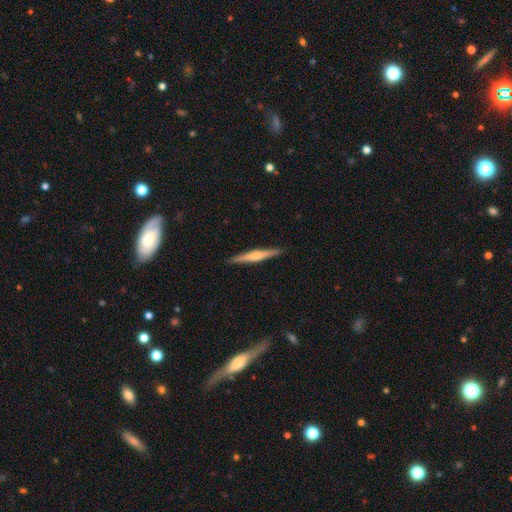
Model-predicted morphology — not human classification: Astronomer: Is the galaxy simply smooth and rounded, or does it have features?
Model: featured or disk — 64%.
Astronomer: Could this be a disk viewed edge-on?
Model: yes — 98%.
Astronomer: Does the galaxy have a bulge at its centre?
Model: rounded — 80%.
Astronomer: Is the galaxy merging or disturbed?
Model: none — 92%.